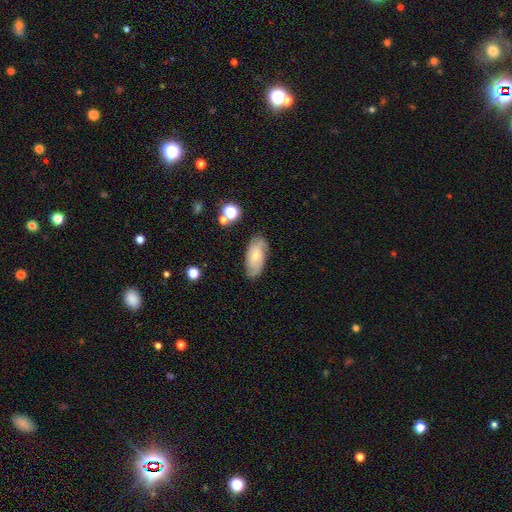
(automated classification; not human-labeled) Smooth or featured? smooth (49%)
Merging? none (76%)